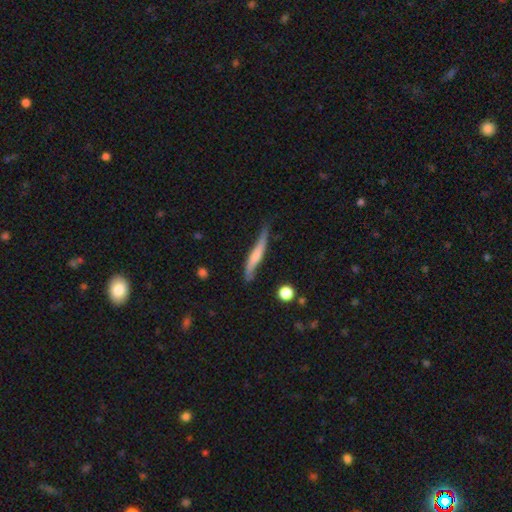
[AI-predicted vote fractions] This is likely a featured or disk galaxy (64%). It is clearly viewed edge-on (89%). Edge-on bulge: likely rounded (64%). Merging: likely none (72%).